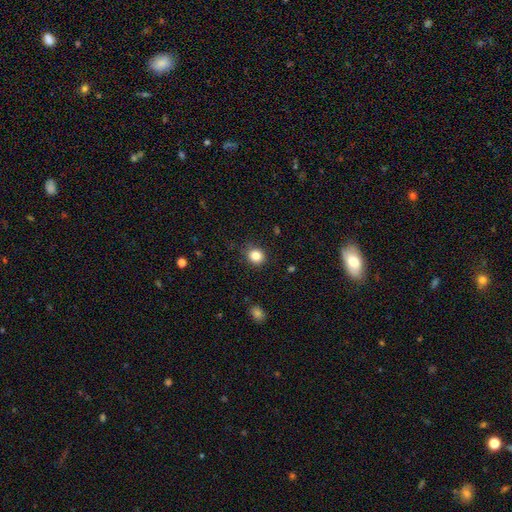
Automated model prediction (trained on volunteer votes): A smooth galaxy with no disk features (83%) that is round (80%).

Vote fractions:
- Smooth or featured? smooth: 83% / star or artifact: 11% / featured or disk: 5%
- How rounded? round: 80% / in between: 19% / cigar-shaped: 1%
- Merging? none: 86% / minor disturbance: 11% / major disturbance: 3% / merger: 1%